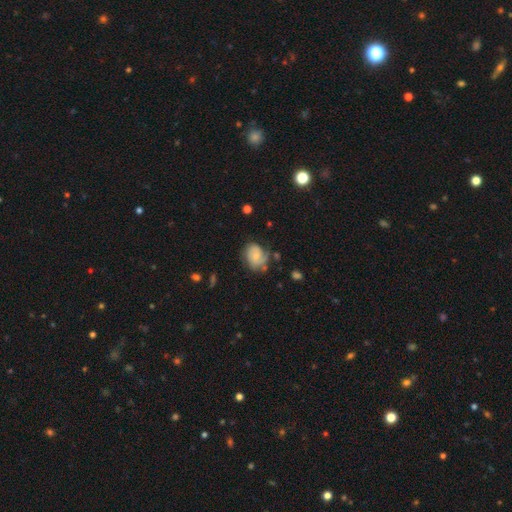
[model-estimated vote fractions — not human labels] Smooth or featured?
  - featured or disk: 61% *
  - smooth: 32%
  - star or artifact: 8%
Edge-on disk?
  - no: 97% *
  - yes: 3%
Bar?
  - no: 70% *
  - weak: 26%
  - strong: 4%
Spiral arms?
  - yes: 87% *
  - no: 13%
Spiral winding?
  - tight: 49% *
  - medium: 36%
  - loose: 15%
Spiral arm count?
  - 2: 48% *
  - can't tell: 22%
  - 1: 18%
  - 3: 8%
  - 4: 2%
  - more than 4: 2%
Bulge size?
  - small: 60% *
  - moderate: 30%
  - none: 7%
  - large: 2%
  - dominant: 1%
Merging?
  - none: 58% *
  - minor disturbance: 25%
  - major disturbance: 13%
  - merger: 4%